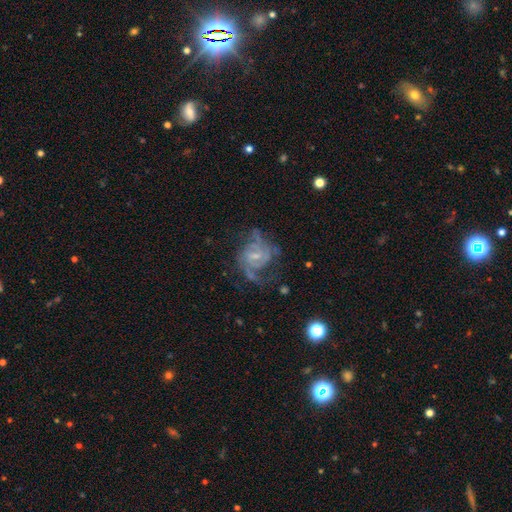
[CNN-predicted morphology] featured or disk 83%, smooth 9%, star or artifact 7%. Down the decision tree: edge-on disk — no (98%); bar — weak (52%); spiral arms — yes (91%); spiral arm count — 2 (47%); spiral winding — medium (48%); bulge size — small (60%); merging — none (51%).